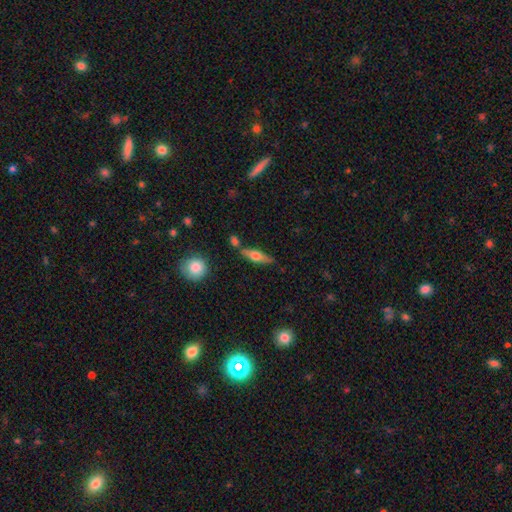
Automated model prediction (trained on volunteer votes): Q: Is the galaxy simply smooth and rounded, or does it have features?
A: smooth — 50%.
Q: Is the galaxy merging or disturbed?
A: none — 72%.